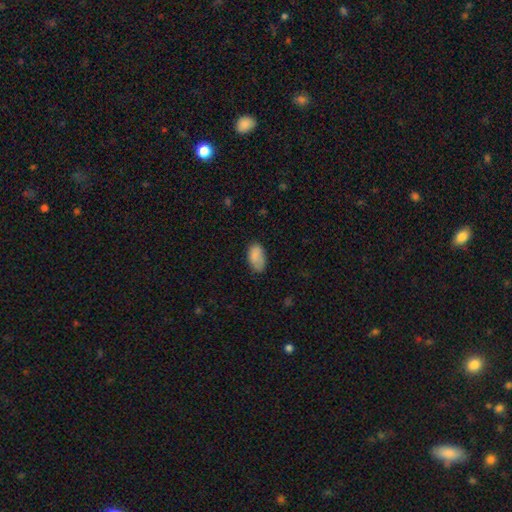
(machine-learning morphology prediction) Smooth or featured? smooth (87%)
How rounded? in between (94%)
Merging? none (71%)